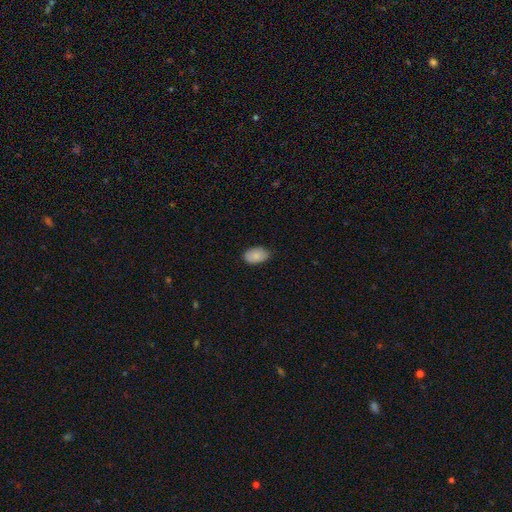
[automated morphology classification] The model was most divided on "merging": none: 79%, minor disturbance: 18%, major disturbance: 2%, merger: 1%. More confident: how rounded — in between (91%); smooth or featured — smooth (85%).